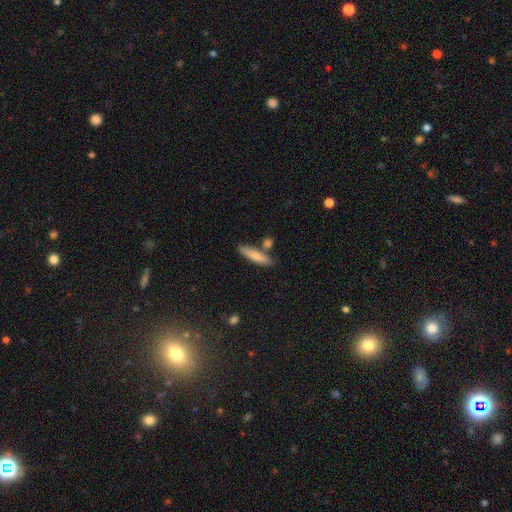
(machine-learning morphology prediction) smooth_or_featured: smooth (p=0.79) [alt: featured or disk p=0.15]
how_rounded: cigar-shaped (p=0.74) [alt: in between p=0.24]
merging: none (p=0.75) [alt: minor disturbance p=0.12]